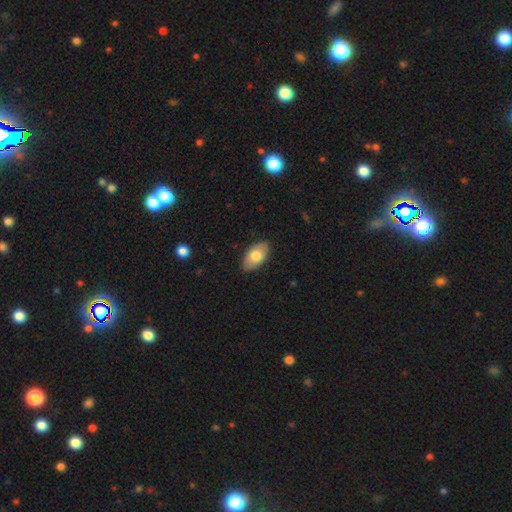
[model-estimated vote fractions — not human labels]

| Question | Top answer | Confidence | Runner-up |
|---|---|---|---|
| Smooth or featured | smooth | 75% | featured or disk (19%) |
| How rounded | in between | 94% | round (4%) |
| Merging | none | 86% | minor disturbance (11%) |